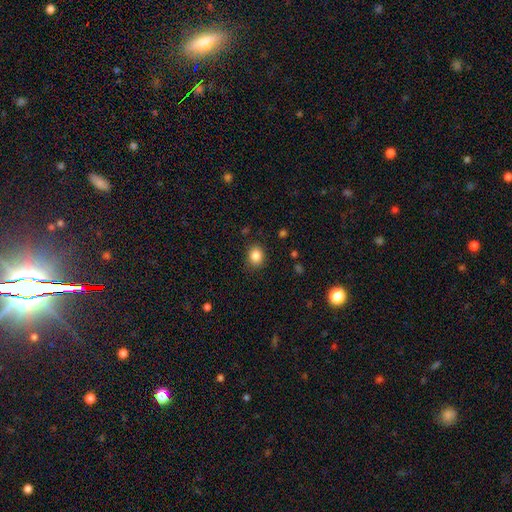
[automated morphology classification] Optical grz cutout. It shows a smooth galaxy with no disk features (85%) that is round (59%). Merging: none (86%).